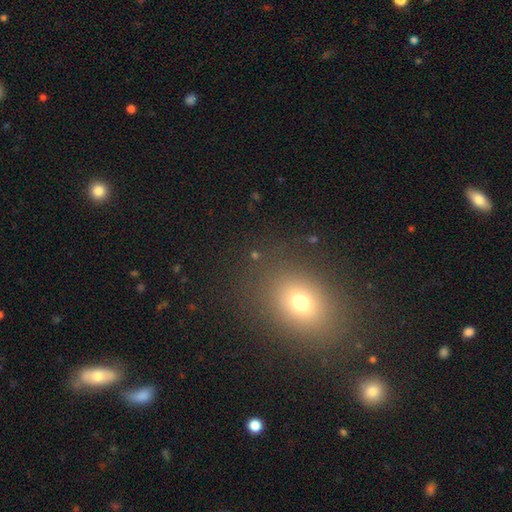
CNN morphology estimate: Smooth or featured? smooth (62%)
How rounded? round (55%)
Merging? none (79%)